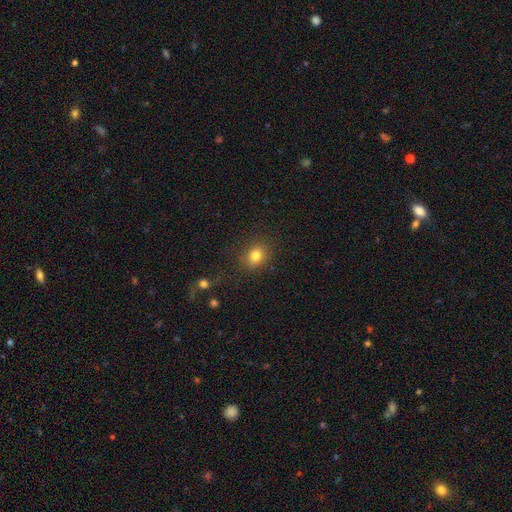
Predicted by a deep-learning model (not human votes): Smooth or featured: smooth — 81% (star or artifact — 12%)
How rounded: round — 58% (in between — 41%)
Merging: none — 83% (minor disturbance — 10%)